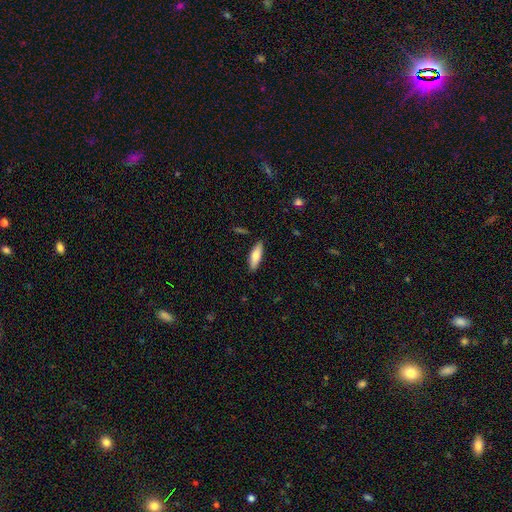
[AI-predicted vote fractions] smooth-or-featured: smooth: 74% | featured or disk: 21% | star or artifact: 6%
  how-rounded: cigar-shaped: 49% (tied) | in between: 49% (tied) | round: 2%
  merging: none: 87% | minor disturbance: 9% | major disturbance: 2% | merger: 1%